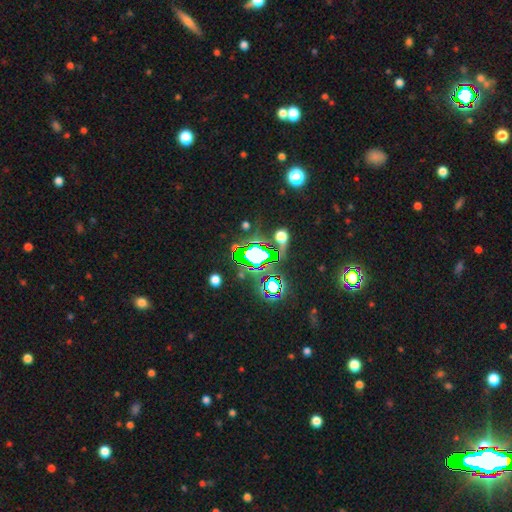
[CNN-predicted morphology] The model was most divided on "smooth or featured": star or artifact: 71%, smooth: 17%, featured or disk: 12%.